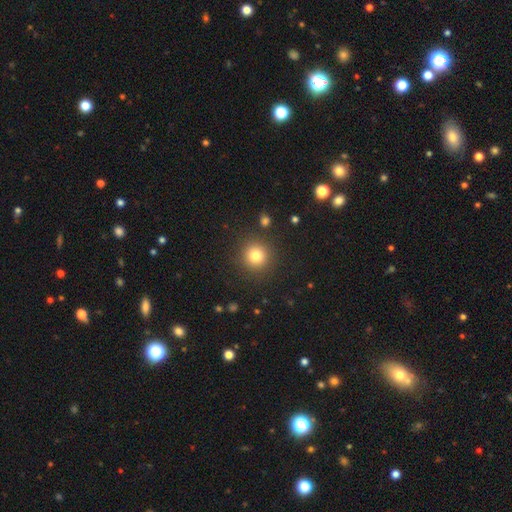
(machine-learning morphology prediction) A smooth galaxy with no disk features (80%) that is round (94%).

Vote fractions:
- Smooth or featured? smooth: 80% / star or artifact: 13% / featured or disk: 7%
- How rounded? round: 94% / in between: 5% / cigar-shaped: 1%
- Merging? none: 89% / minor disturbance: 6% / major disturbance: 3% / merger: 2%